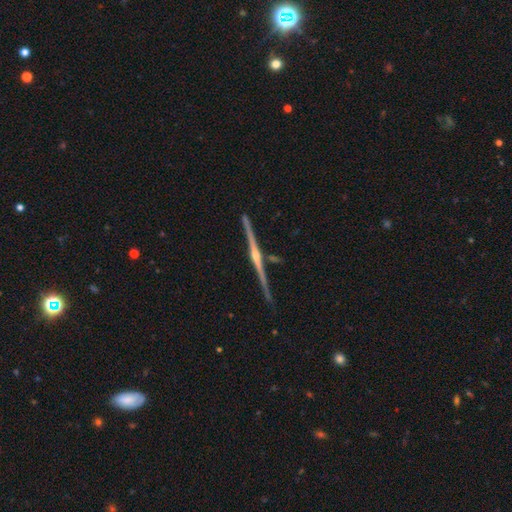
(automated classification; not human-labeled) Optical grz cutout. It shows a featured or disk galaxy (90%) viewed edge-on (99%) with a rounded central bulge (86%). Merging: none (88%).